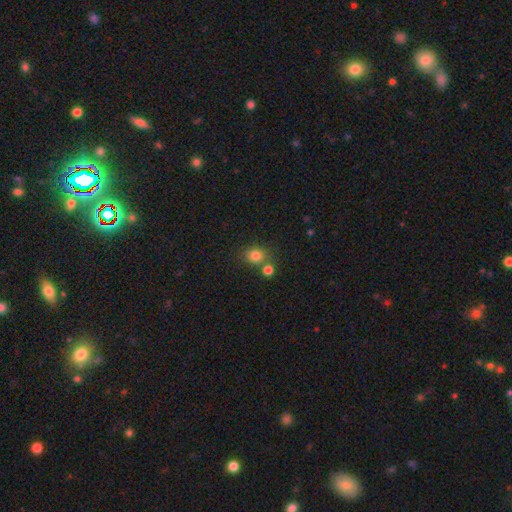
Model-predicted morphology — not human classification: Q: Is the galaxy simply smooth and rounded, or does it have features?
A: smooth — 81%.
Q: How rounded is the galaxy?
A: round — 74%.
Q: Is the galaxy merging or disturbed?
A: none — 65%.